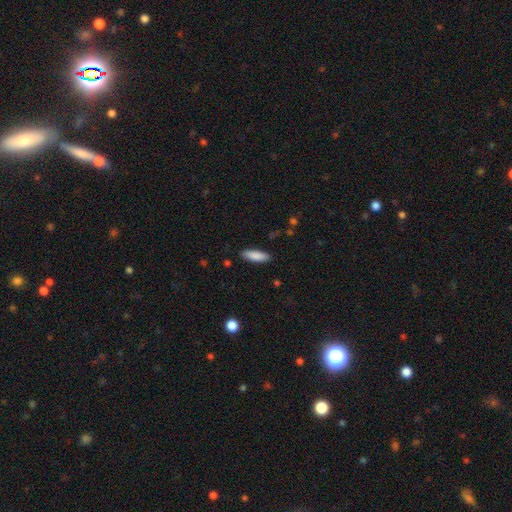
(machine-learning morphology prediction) smooth_or_featured: smooth (p=0.87) [alt: featured or disk p=0.07]
how_rounded: in between (p=0.53) [alt: cigar-shaped p=0.46]
merging: none (p=0.88) [alt: minor disturbance p=0.09]